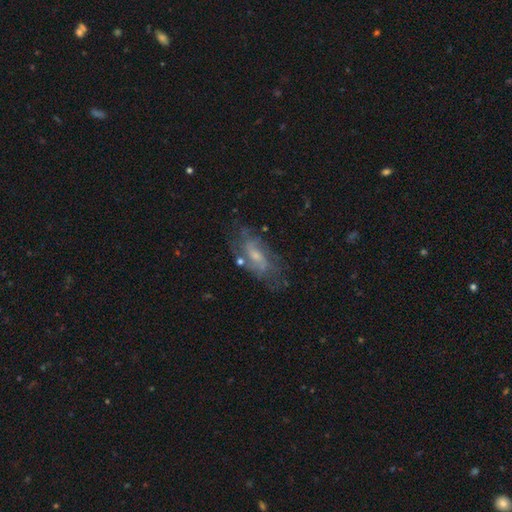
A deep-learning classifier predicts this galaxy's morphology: Smooth or featured? featured or disk (68%)
Edge-on disk? no (89%)
Bar? weak (45%, tied with no)
Spiral arms? yes (78%)
Bulge size? small (51%)
Merging? none (63%)